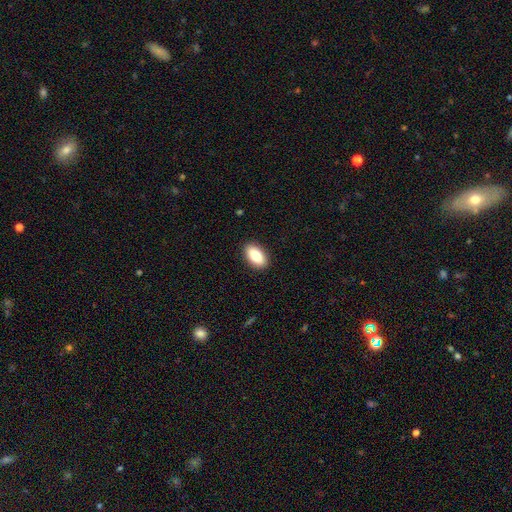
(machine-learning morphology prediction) A smooth galaxy with no disk features (84%) that is in between round and cigar-shaped (92%). Merging: none (90%).